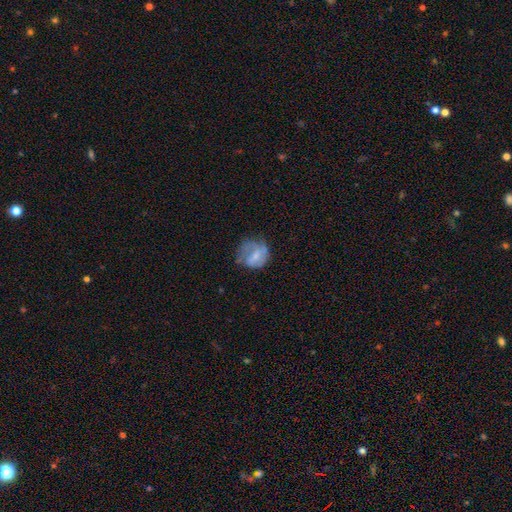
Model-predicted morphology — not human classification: This is possibly a smooth galaxy (48%). Merging: marginally none (44%).